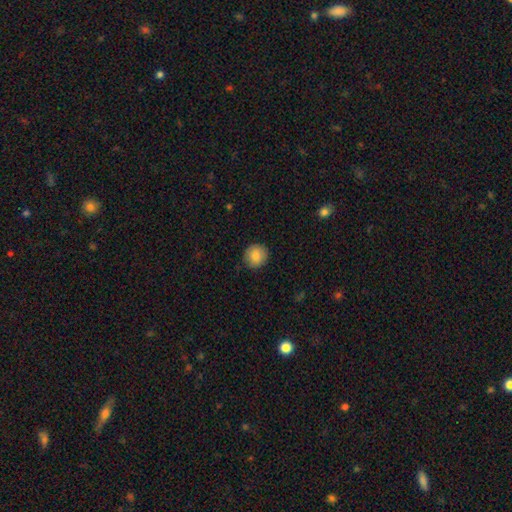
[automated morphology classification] Smooth or featured: smooth — 84% (star or artifact — 8%)
How rounded: round — 91% (in between — 8%)
Merging: none — 89% (minor disturbance — 9%)